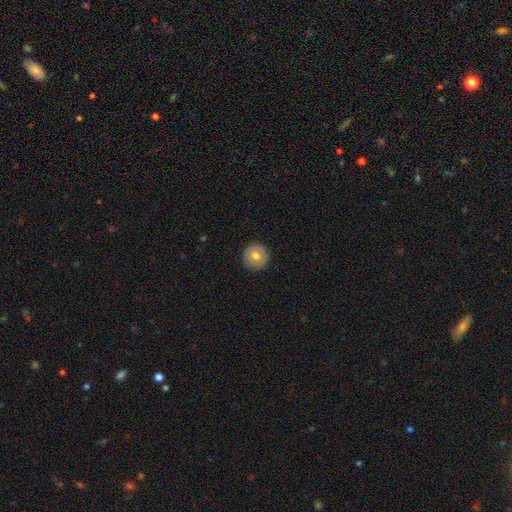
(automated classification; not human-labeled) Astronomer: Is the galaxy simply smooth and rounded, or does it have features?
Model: smooth — 74%.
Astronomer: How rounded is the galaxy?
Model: round — 96%.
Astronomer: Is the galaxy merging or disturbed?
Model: none — 91%.